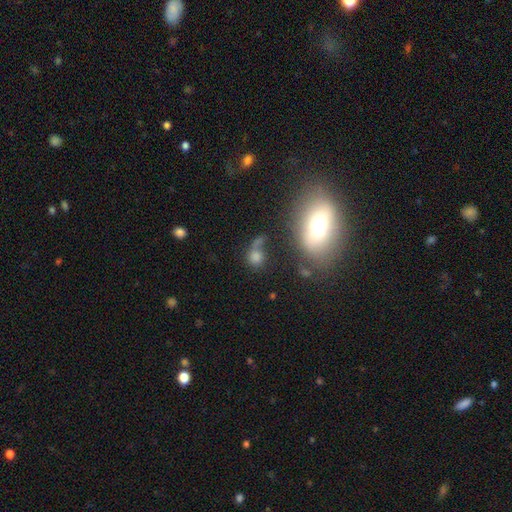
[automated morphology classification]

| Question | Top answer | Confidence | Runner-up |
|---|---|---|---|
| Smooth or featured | smooth | 70% | star or artifact (17%) |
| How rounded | round | 69% | in between (28%) |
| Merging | none | 39% | merger (32%) |